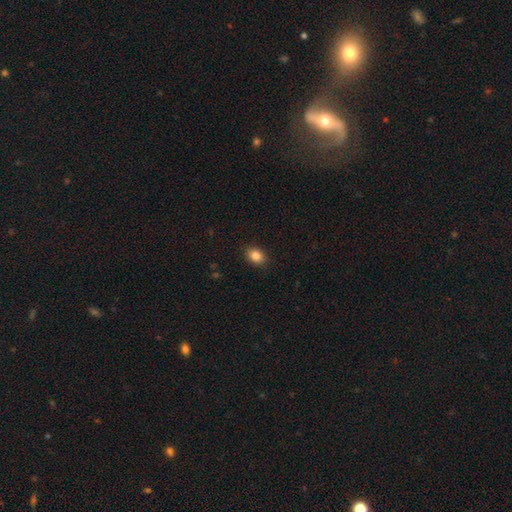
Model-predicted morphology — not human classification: This appears to be a smooth galaxy with no disk features (86%) that is in between round and cigar-shaped (68%). Merging: none (89%).